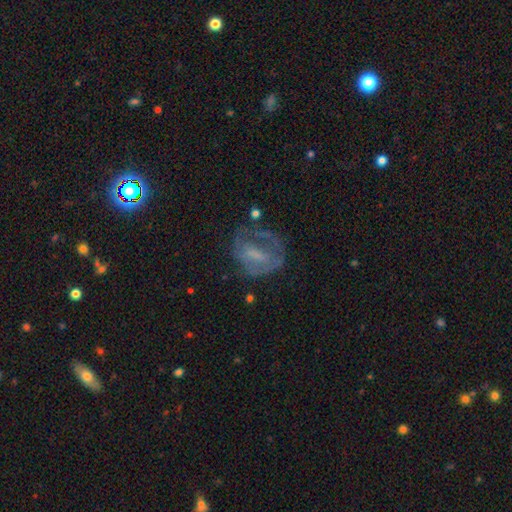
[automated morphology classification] type=featured or disk (59%); edge-on=no (95%); bar=weak (40%, tied with no); spiral arms=yes (51%); bulge=none (41%); merging=none (47%).